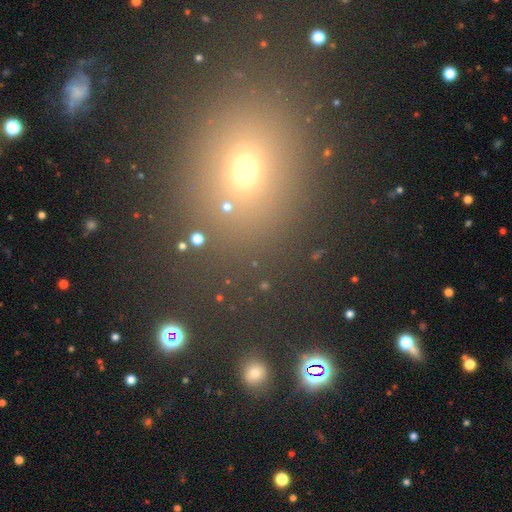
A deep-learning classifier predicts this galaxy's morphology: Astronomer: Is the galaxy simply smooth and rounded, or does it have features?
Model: smooth — 54% (runner-up: star or artifact, 37%).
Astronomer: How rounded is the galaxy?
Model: round — 57% (runner-up: in between, 41%).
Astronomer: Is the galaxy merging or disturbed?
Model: none — 82%.